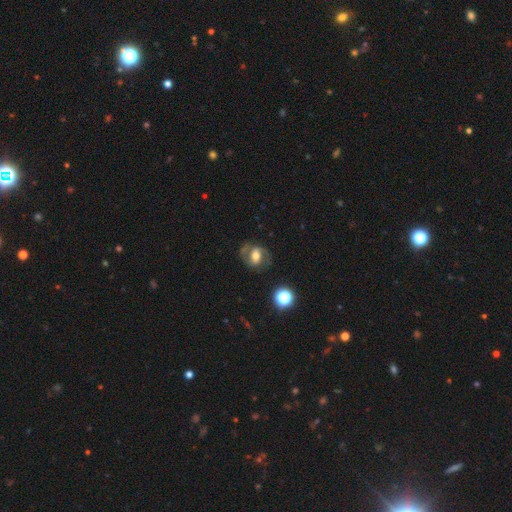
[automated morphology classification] featured or disk 62%, smooth 28%, star or artifact 9%. Down the decision tree: edge-on disk — no (96%); bar — weak (39%); spiral arms — yes (77%); bulge size — moderate (61%); merging — none (72%).